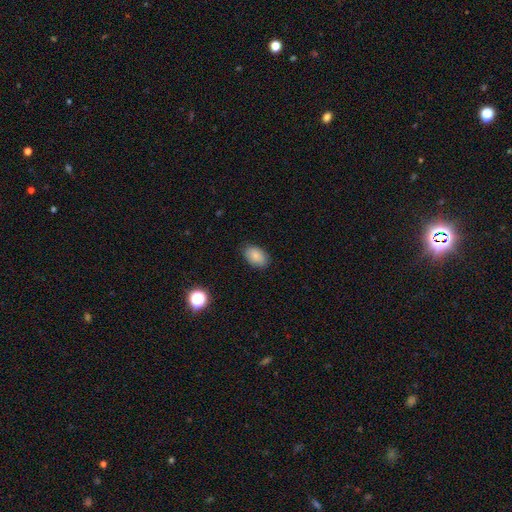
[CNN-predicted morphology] A smooth galaxy with no disk features (84%) that is in between round and cigar-shaped (88%). Merging: none (86%).